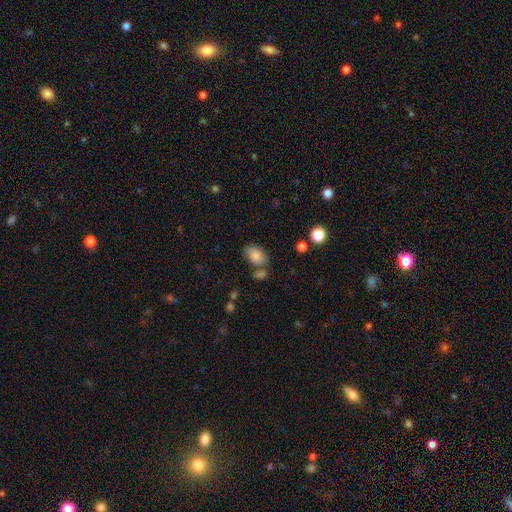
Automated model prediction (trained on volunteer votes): Overall: smooth (84%). How rounded: in between (83%). Merging: none (61%).